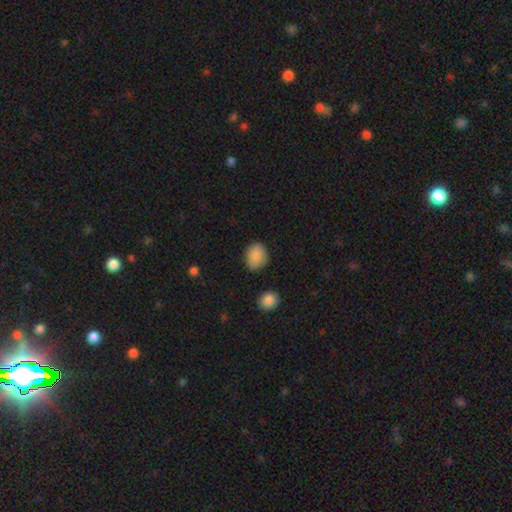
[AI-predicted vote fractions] Overall: smooth (88%). How rounded: round (55%; in between 44%). Merging: none (79%).